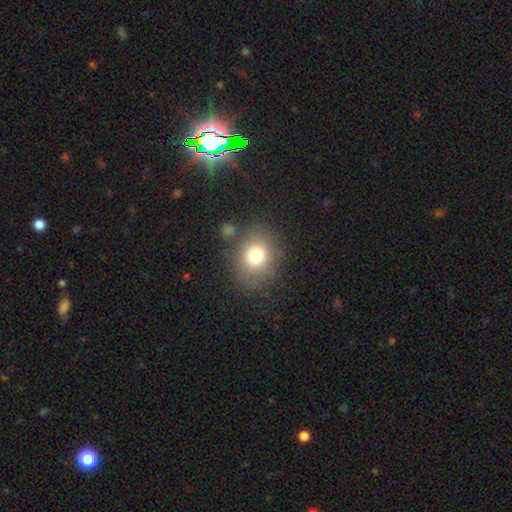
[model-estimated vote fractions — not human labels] Overall: smooth (77%). How rounded: round (65%; in between 34%). Merging: none (76%).